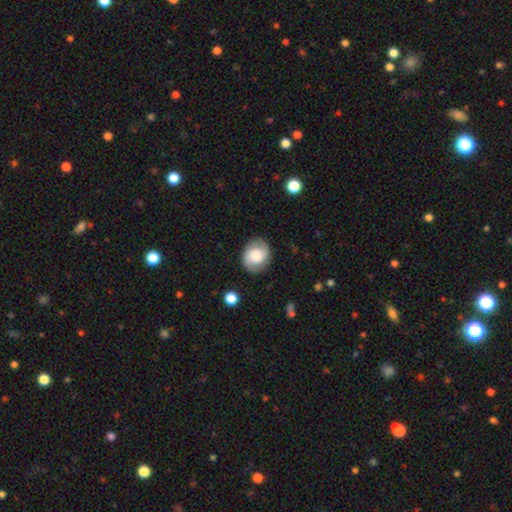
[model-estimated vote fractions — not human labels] Overall: smooth (52%; featured or disk 40%). How rounded: round (61%; in between 38%). Merging: none (82%).